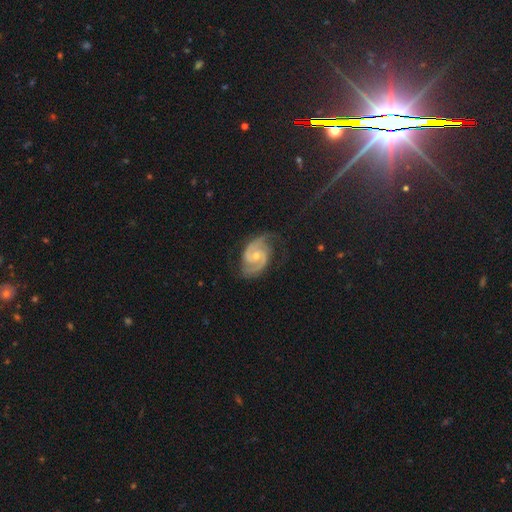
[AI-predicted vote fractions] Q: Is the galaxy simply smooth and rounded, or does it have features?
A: featured or disk — 92%.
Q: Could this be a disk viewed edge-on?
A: no — 98%.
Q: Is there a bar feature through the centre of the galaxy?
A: no — 56%.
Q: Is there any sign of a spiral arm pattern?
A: yes — 98%.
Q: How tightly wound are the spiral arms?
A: medium — 49%.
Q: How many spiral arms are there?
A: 2 — 91%.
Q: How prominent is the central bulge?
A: moderate — 52%.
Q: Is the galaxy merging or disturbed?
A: none — 73%.